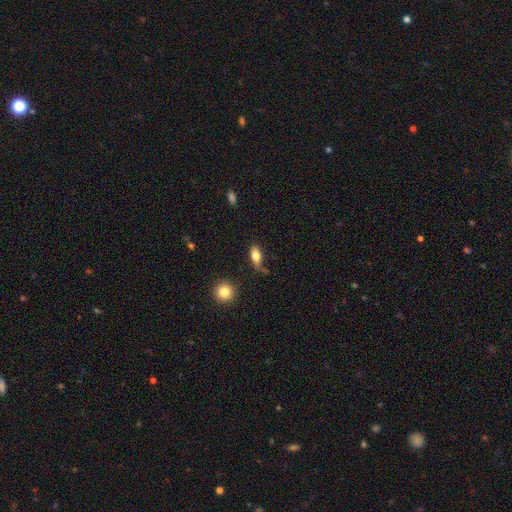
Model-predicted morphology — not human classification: smooth_or_featured: smooth (p=0.73) [alt: featured or disk p=0.19]
how_rounded: in between (p=0.78) [alt: cigar-shaped p=0.17]
merging: none (p=0.61) [alt: minor disturbance p=0.24]